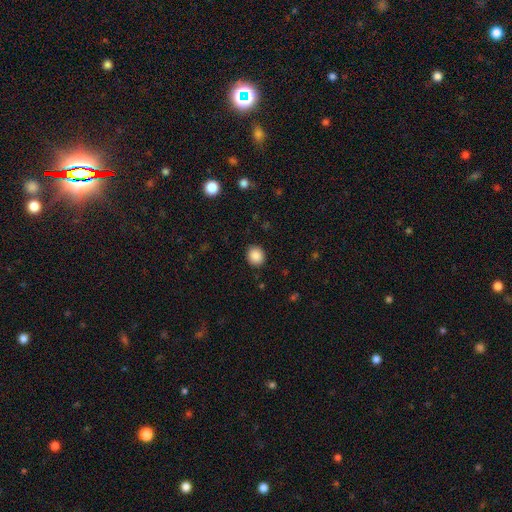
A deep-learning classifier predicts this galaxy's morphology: This is clearly a smooth galaxy (88%). How rounded: likely round (75%). Merging: clearly none (90%).